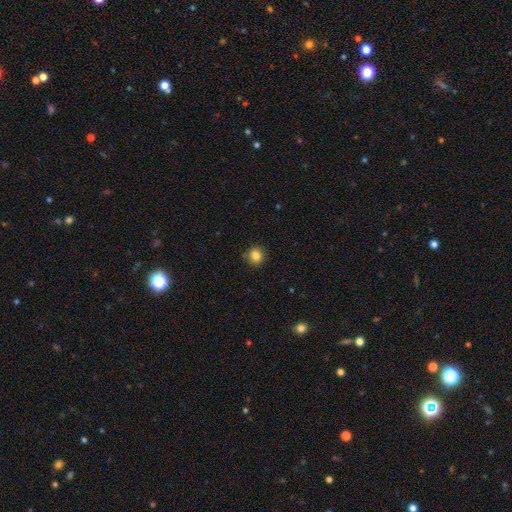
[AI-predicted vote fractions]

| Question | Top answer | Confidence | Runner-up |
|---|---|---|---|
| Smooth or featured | smooth | 84% | star or artifact (11%) |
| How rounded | round | 81% | in between (18%) |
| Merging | none | 87% | minor disturbance (9%) |